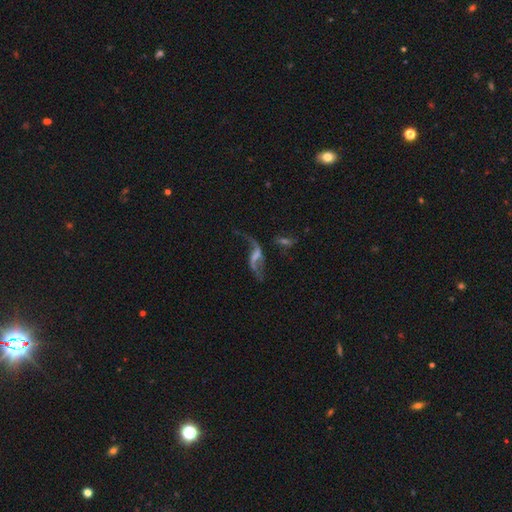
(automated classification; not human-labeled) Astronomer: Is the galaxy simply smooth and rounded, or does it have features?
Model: featured or disk — 81%.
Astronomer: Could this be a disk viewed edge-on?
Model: no — 92%.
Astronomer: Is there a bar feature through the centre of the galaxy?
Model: weak — 45% (runner-up: no, 30%).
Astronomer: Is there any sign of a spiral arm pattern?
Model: yes — 87%.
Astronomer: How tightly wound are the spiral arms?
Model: loose — 92%.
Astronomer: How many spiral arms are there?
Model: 2 — 87%.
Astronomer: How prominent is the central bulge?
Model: none — 41% (runner-up: small, 37%).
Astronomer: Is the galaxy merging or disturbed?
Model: none — 49% (runner-up: major disturbance, 24%).